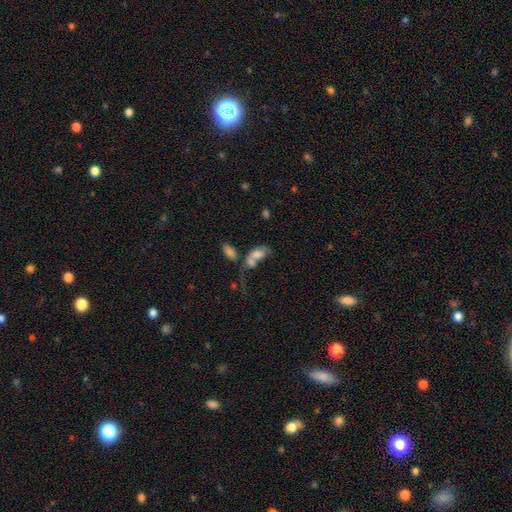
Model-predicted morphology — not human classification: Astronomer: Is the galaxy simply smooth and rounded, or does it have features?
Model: smooth — 70%.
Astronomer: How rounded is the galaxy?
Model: in between — 88%.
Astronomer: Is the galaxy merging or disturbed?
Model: merger — 61%.